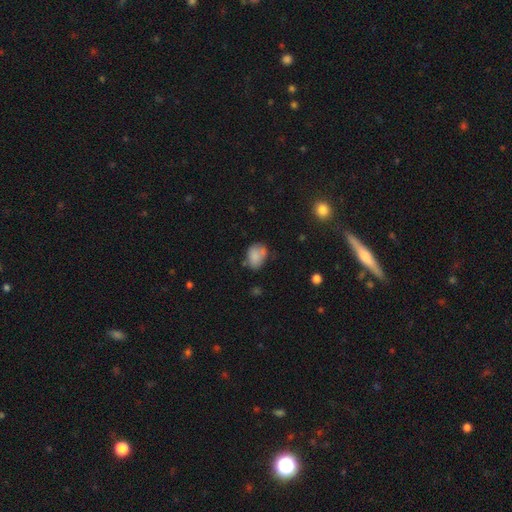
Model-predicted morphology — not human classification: type=smooth (79%); roundness=in between (64%); merging=none (52%).